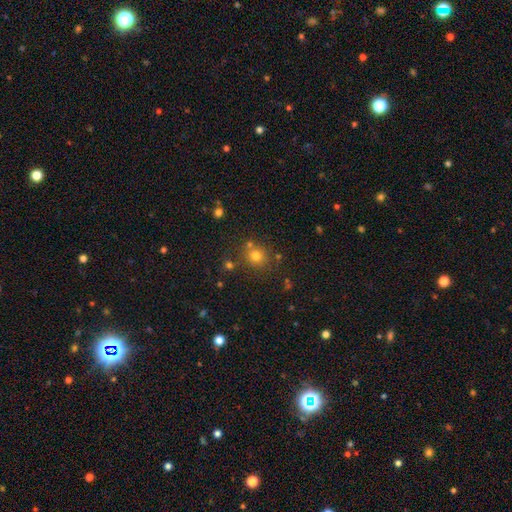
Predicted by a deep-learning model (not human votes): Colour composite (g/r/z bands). It shows a smooth galaxy with no disk features (74%) that is round (89%). Merging: none (76%).